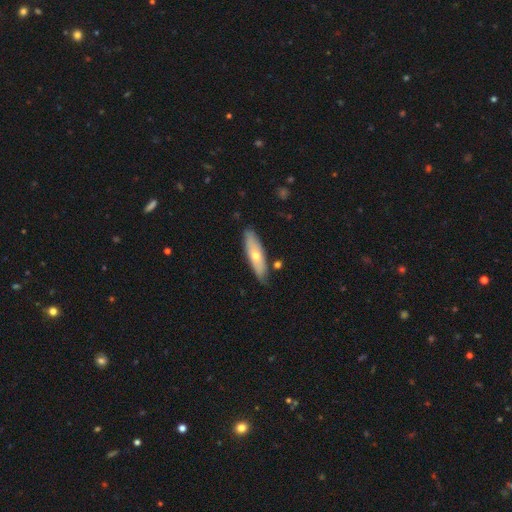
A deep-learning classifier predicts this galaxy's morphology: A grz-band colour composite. It shows a smooth galaxy with no disk features (53%) that is cigar-shaped (57%). Merging: none (80%).